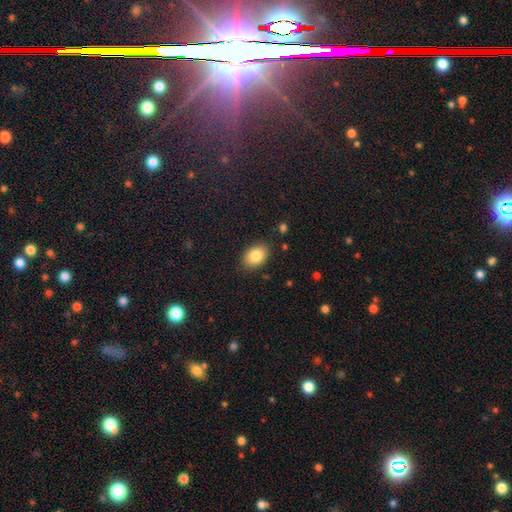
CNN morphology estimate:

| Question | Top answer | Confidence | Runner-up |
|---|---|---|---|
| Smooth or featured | smooth | 83% | featured or disk (9%) |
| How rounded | in between | 82% | round (17%) |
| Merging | none | 85% | minor disturbance (11%) |